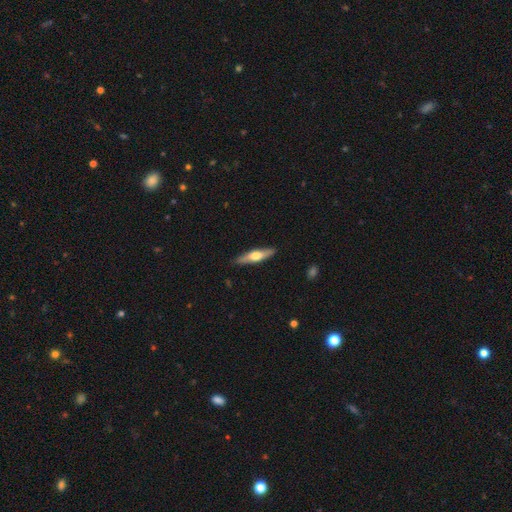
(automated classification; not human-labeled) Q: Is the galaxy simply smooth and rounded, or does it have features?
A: featured or disk — 56%.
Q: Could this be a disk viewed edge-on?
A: yes — 94%.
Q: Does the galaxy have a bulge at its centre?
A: rounded — 93%.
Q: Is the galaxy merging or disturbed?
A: none — 89%.